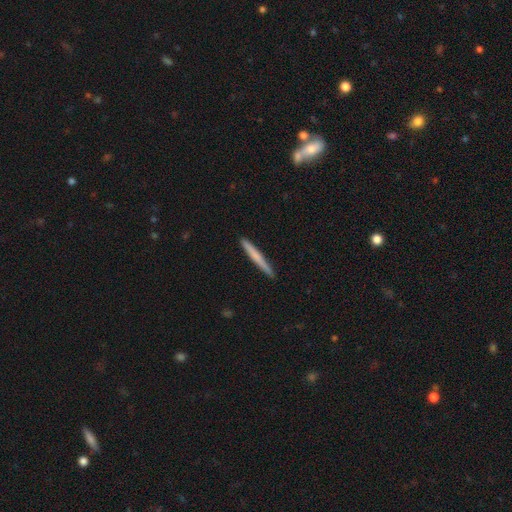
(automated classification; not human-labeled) The model was most divided on "smooth or featured": smooth: 63%, featured or disk: 32%, star or artifact: 5%. More confident: how rounded — cigar-shaped (97%); merging — none (92%).